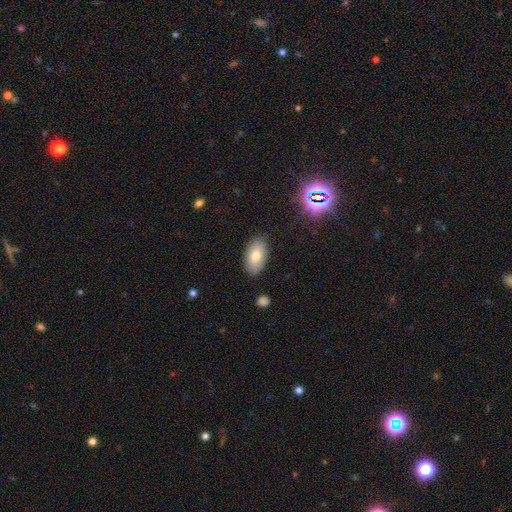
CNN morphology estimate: Smooth or featured? Predicted: smooth (p=0.79). How rounded? Predicted: in between (p=0.93). Merging? Predicted: none (p=0.86).